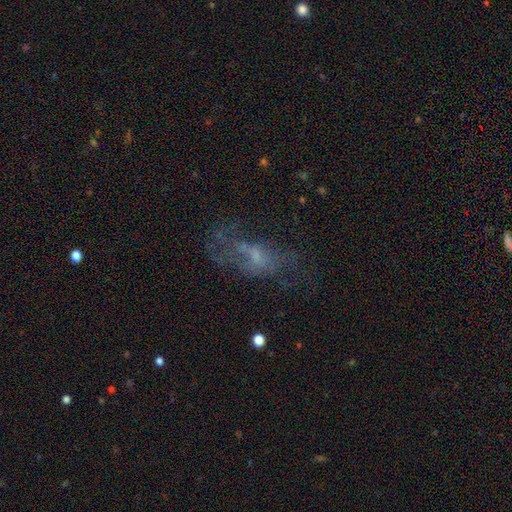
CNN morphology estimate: featured or disk 50%, smooth 29%, star or artifact 21%. Down the decision tree: merging — none (45%).